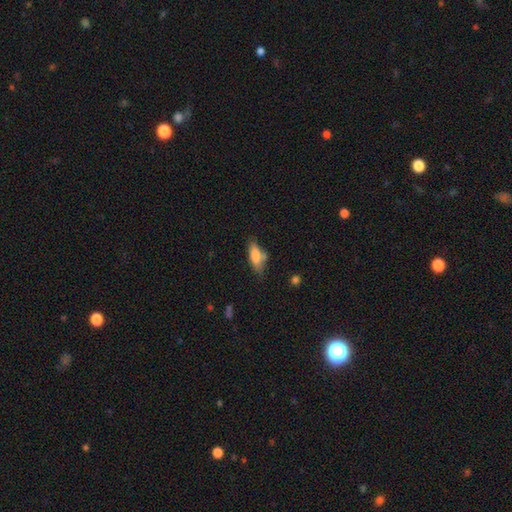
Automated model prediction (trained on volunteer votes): smooth 79%, featured or disk 14%, star or artifact 7%. Down the decision tree: how rounded — in between (61%); merging — none (64%).